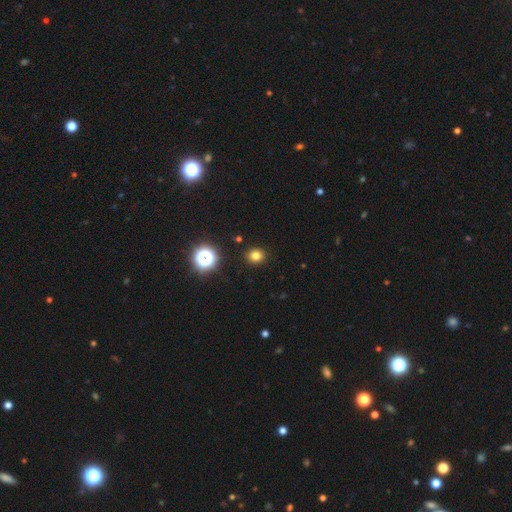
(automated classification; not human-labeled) smooth-or-featured: smooth: 79% | star or artifact: 16% | featured or disk: 5%
  how-rounded: round: 74% | in between: 25% | cigar-shaped: 1%
  merging: none: 90% | minor disturbance: 6% | major disturbance: 2% | merger: 1%